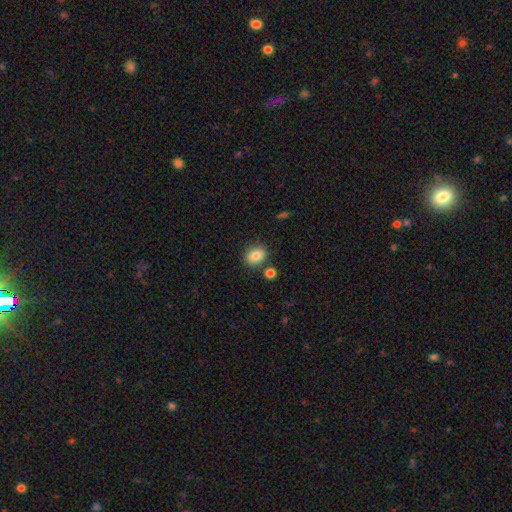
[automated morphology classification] Smooth or featured? smooth (84%)
How rounded? in between (56%)
Merging? none (81%)